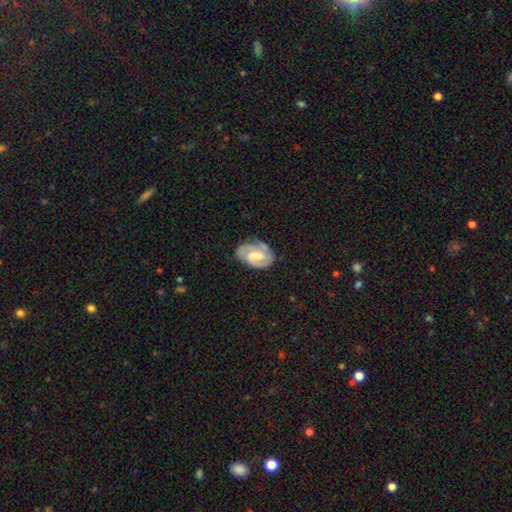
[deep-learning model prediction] Smooth or featured? featured or disk (72%)
Edge-on disk? no (97%)
Bar? weak (53%)
Spiral arms? yes (90%)
Spiral winding? tight (49%)
Spiral arm count? 2 (66%)
Bulge size? moderate (52%)
Merging? none (67%)